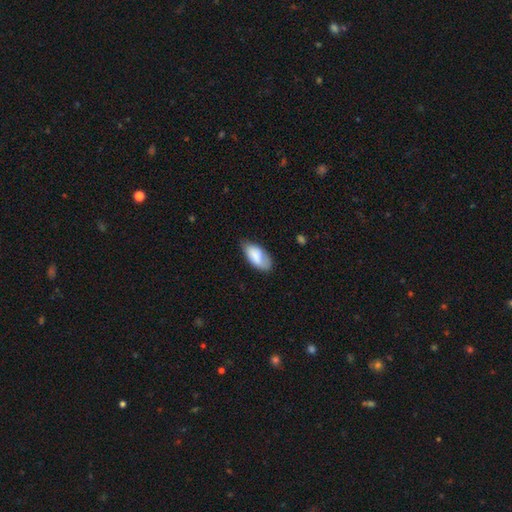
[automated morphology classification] Smooth or featured: smooth — 81% (featured or disk — 13%)
How rounded: in between — 93% (cigar-shaped — 5%)
Merging: none — 60% (minor disturbance — 32%)